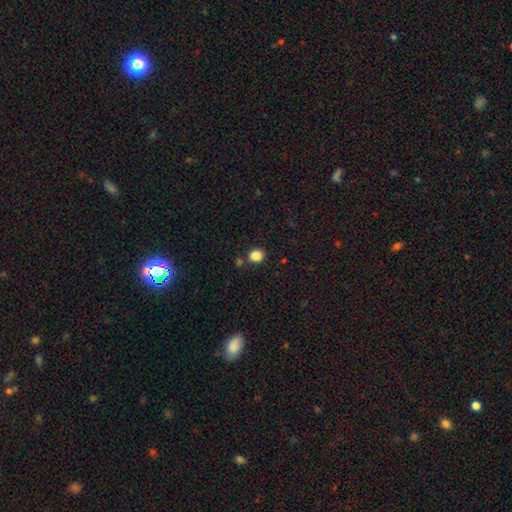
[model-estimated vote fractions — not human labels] Smooth or featured?
  - smooth: 86% *
  - star or artifact: 11%
  - featured or disk: 3%
How rounded?
  - round: 76% *
  - in between: 23%
  - cigar-shaped: 1%
Merging?
  - none: 81% *
  - minor disturbance: 9%
  - merger: 7%
  - major disturbance: 3%